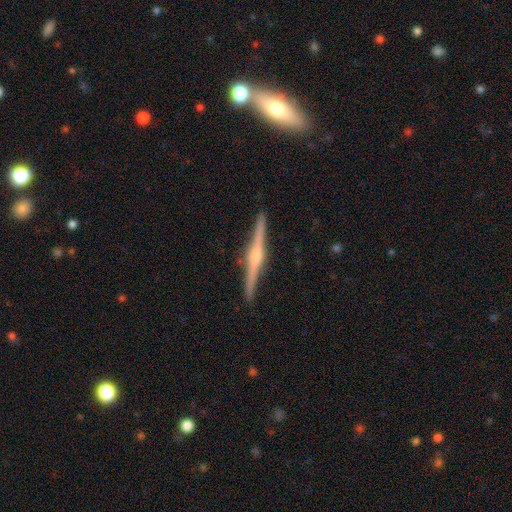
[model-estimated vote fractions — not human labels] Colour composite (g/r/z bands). It shows a featured or disk galaxy (84%) viewed edge-on (99%) with a rounded central bulge (87%). Merging: none (92%).